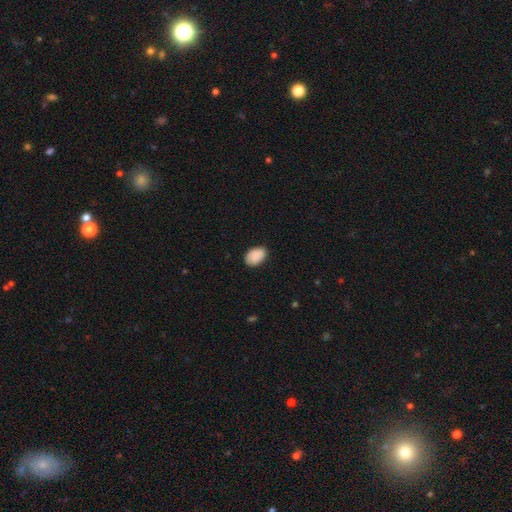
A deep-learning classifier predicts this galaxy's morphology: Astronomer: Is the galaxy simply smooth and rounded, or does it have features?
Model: smooth — 89%.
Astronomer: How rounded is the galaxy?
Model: in between — 85%.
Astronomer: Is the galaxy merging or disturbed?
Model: none — 82%.